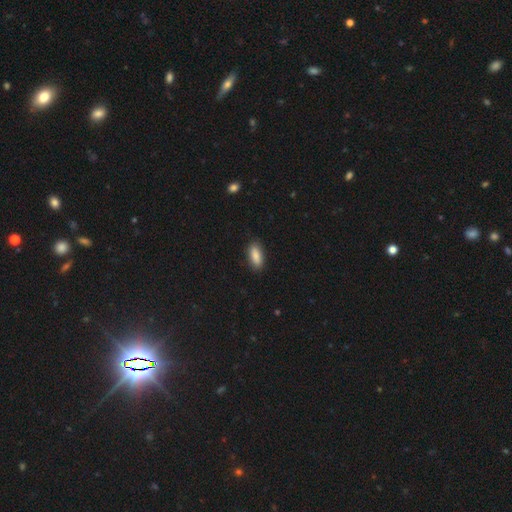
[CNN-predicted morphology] smooth 85%, featured or disk 8%, star or artifact 7%. Down the decision tree: how rounded — in between (83%); merging — none (87%).